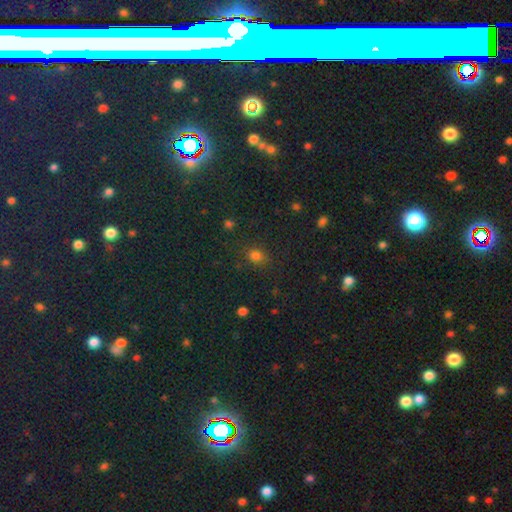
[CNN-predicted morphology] This appears to be a smooth galaxy with no disk features (74%) that is round (56%). Merging: none (79%).